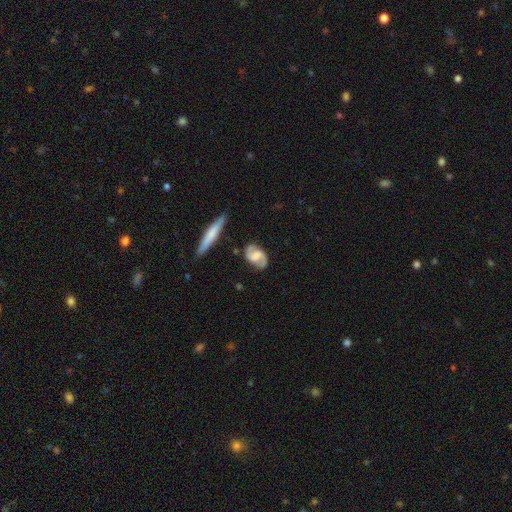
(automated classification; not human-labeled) A featured or disk galaxy (80%) with a weak bar (45%), 2 (92%) medium (50%) spiral arms (95%) and no central bulge (45%). Merging: none (77%).